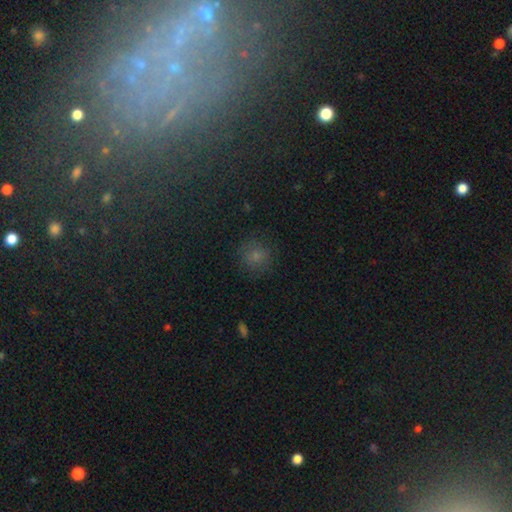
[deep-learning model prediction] smooth_or_featured: smooth (p=0.72) [alt: star or artifact p=0.20]
how_rounded: round (p=0.88) [alt: in between p=0.11]
merging: none (p=0.81) [alt: minor disturbance p=0.13]